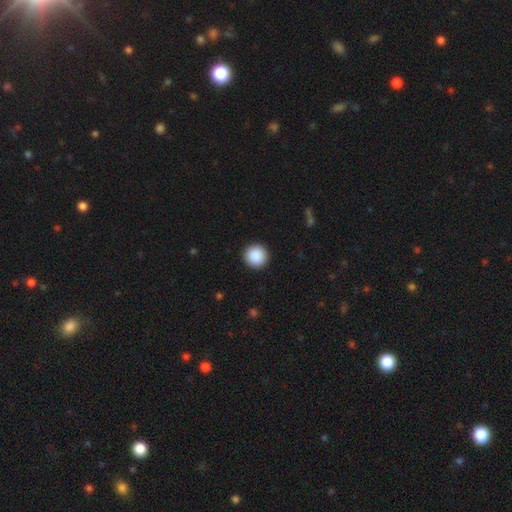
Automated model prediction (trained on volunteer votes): Q: Smooth or featured?
A: smooth (90%); runner-up: star or artifact (8%)
Q: How rounded?
A: round (96%); runner-up: in between (3%)
Q: Merging?
A: none (93%); runner-up: minor disturbance (4%)